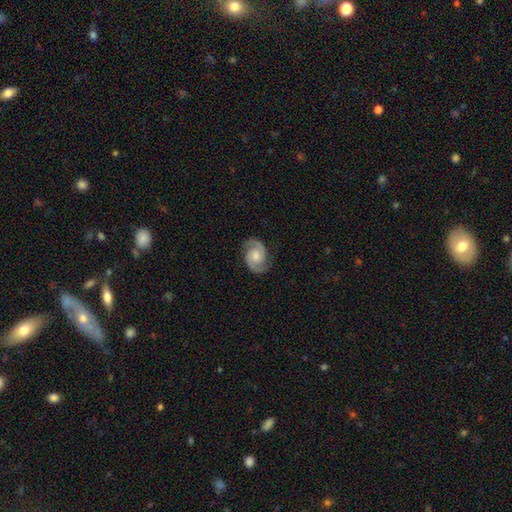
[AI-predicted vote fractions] smooth_or_featured: featured or disk (p=0.89) [alt: smooth p=0.06]
disk_edge_on: no (p=0.98) [alt: yes p=0.02]
bar: no (p=0.57) [alt: weak p=0.36]
has_spiral_arms: yes (p=0.98) [alt: no p=0.02]
spiral_winding: medium (p=0.54) [alt: tight p=0.37]
spiral_arm_count: 2 (p=0.94) [alt: can't tell p=0.02]
bulge_size: moderate (p=0.54) [alt: small p=0.28]
merging: none (p=0.86) [alt: minor disturbance p=0.10]